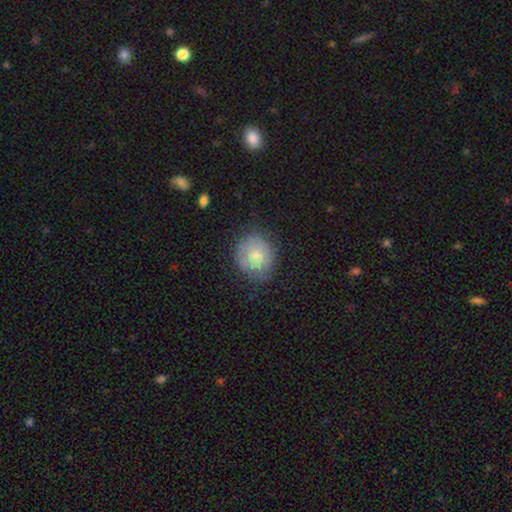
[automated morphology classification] Q: Smooth or featured?
A: smooth (68%); runner-up: featured or disk (24%)
Q: How rounded?
A: round (84%); runner-up: in between (15%)
Q: Merging?
A: none (65%); runner-up: minor disturbance (25%)